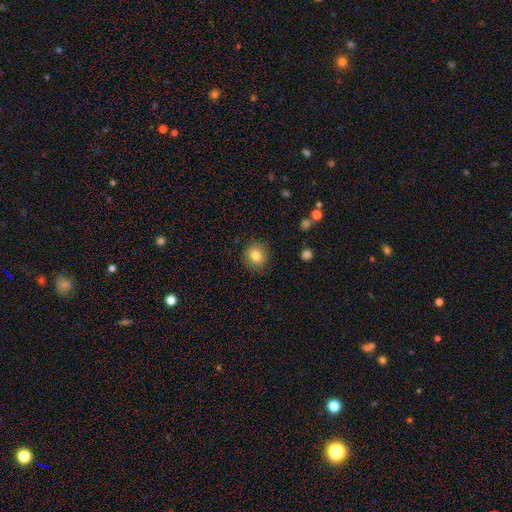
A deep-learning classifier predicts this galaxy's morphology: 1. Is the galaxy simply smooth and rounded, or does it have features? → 82% smooth, 10% star or artifact, 8% featured or disk.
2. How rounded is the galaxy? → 87% round, 12% in between, 1% cigar-shaped.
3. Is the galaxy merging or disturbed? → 88% none, 8% minor disturbance, 2% major disturbance, 1% merger.